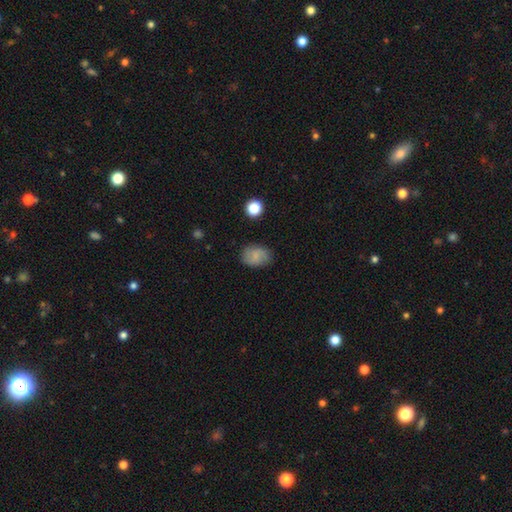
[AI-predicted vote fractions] The model was most divided on "how rounded": in between: 67%, round: 32%, cigar-shaped: 1%. More confident: merging — none (78%); smooth or featured — smooth (66%).